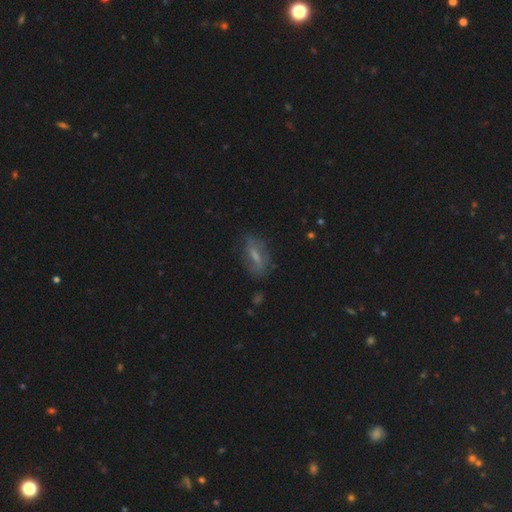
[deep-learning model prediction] This is possibly a smooth galaxy (45%). Merging: likely none (70%).